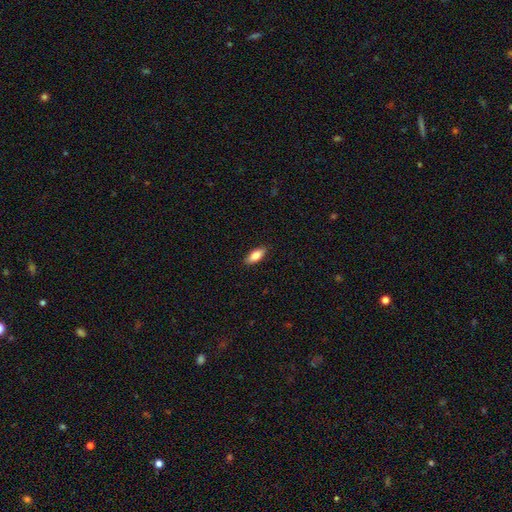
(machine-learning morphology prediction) A smooth galaxy with no disk features (81%) that is in between round and cigar-shaped (82%). Merging: none (89%).